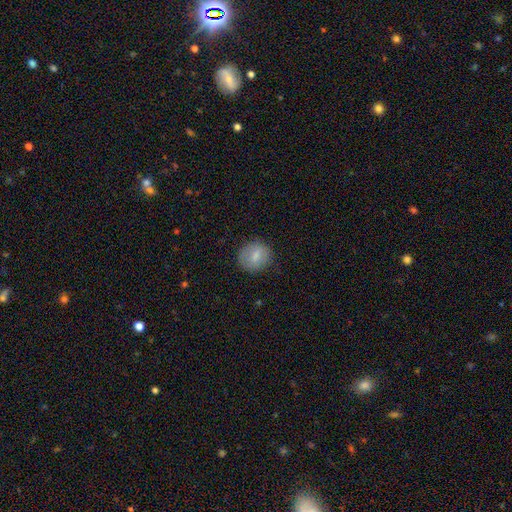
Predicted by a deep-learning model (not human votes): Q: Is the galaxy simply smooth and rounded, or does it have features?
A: smooth — 77%.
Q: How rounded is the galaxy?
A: round — 75%.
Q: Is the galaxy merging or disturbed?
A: none — 81%.